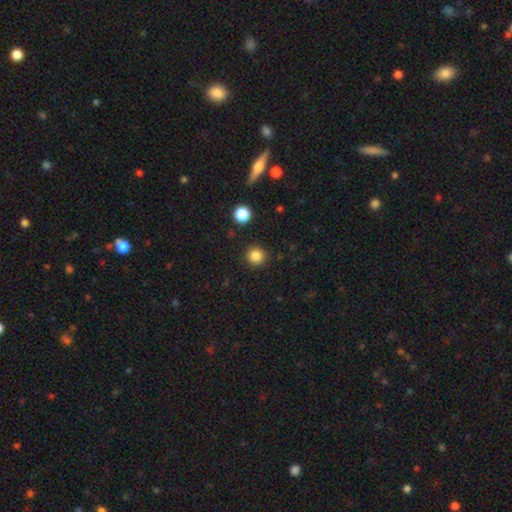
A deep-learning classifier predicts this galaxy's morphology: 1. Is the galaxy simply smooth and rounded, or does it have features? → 84% smooth, 12% star or artifact, 4% featured or disk.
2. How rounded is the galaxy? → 95% round, 4% in between, 1% cigar-shaped.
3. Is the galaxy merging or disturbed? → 91% none, 5% minor disturbance, 2% major disturbance, 2% merger.